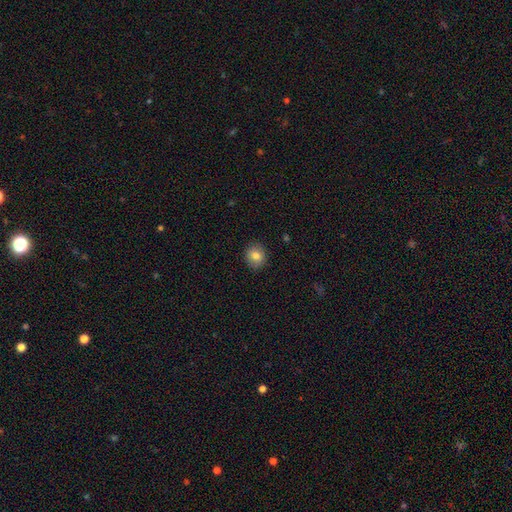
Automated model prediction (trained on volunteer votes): This is clearly a smooth galaxy (83%). How rounded: likely round (77%). Merging: clearly none (90%).